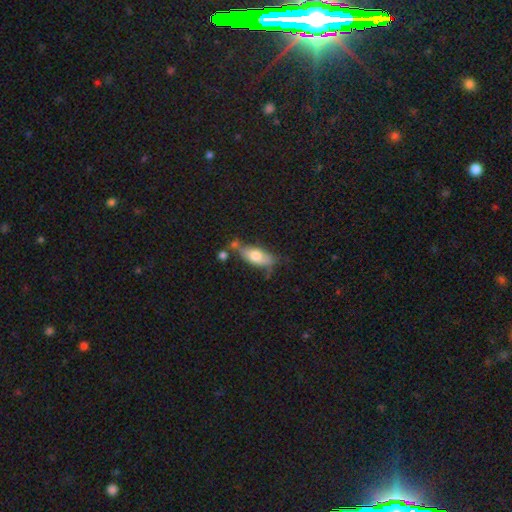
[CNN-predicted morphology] Smooth or featured?
  - smooth: 66% *
  - featured or disk: 27%
  - star or artifact: 7%
How rounded?
  - in between: 79% *
  - cigar-shaped: 17%
  - round: 4%
Merging?
  - none: 49% *
  - minor disturbance: 25%
  - merger: 17%
  - major disturbance: 9%